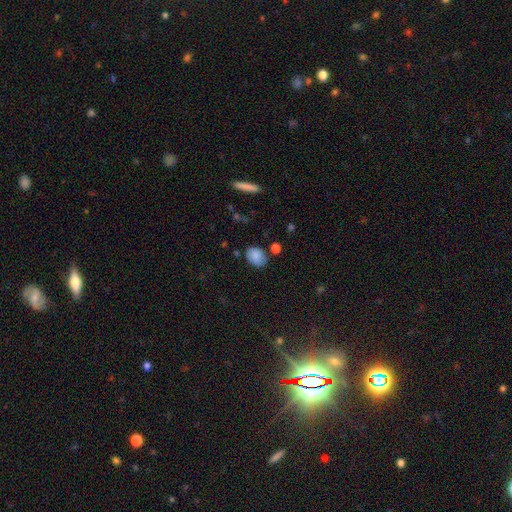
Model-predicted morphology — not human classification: Q: Smooth or featured?
A: smooth (85%); runner-up: star or artifact (8%)
Q: How rounded?
A: in between (71%); runner-up: round (28%)
Q: Merging?
A: none (72%); runner-up: minor disturbance (18%)